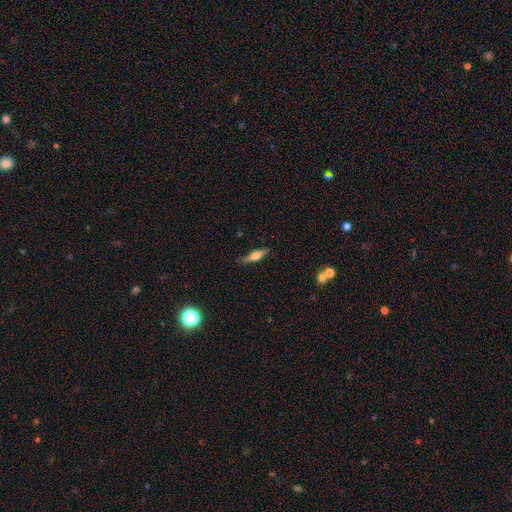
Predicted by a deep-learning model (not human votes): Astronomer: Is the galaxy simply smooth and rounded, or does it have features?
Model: featured or disk — 49% (runner-up: smooth, 43%).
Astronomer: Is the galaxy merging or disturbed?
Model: none — 80%.